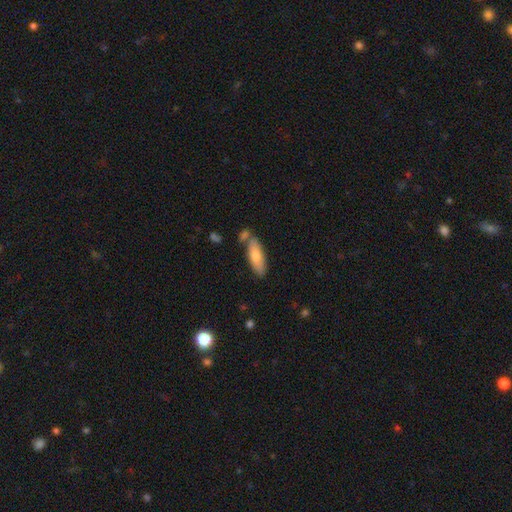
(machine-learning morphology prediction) Smooth or featured?
  - smooth: 76% *
  - featured or disk: 18%
  - star or artifact: 6%
How rounded?
  - in between: 58% *
  - cigar-shaped: 40%
  - round: 2%
Merging?
  - none: 67% *
  - minor disturbance: 16%
  - merger: 14%
  - major disturbance: 4%